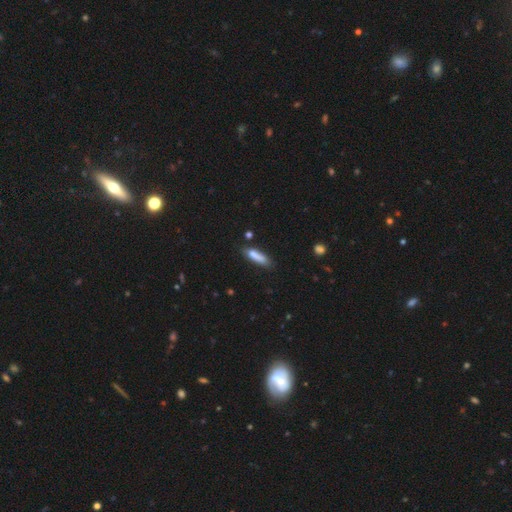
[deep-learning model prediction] A smooth galaxy with no disk features (80%) that is cigar-shaped (70%). Merging: none (64%).